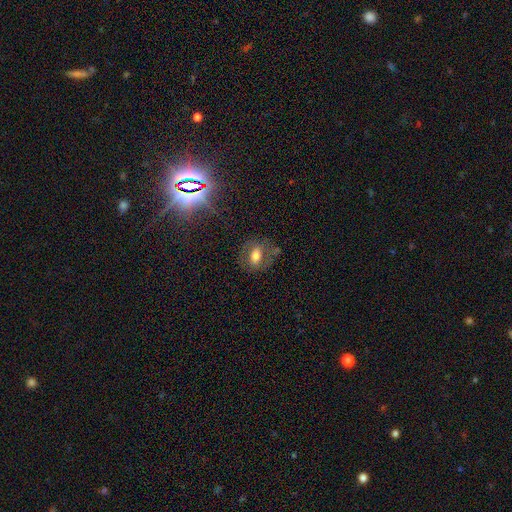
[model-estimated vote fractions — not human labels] Overall: smooth (53%; featured or disk 33%). How rounded: in between (68%; round 29%). Merging: none (68%).